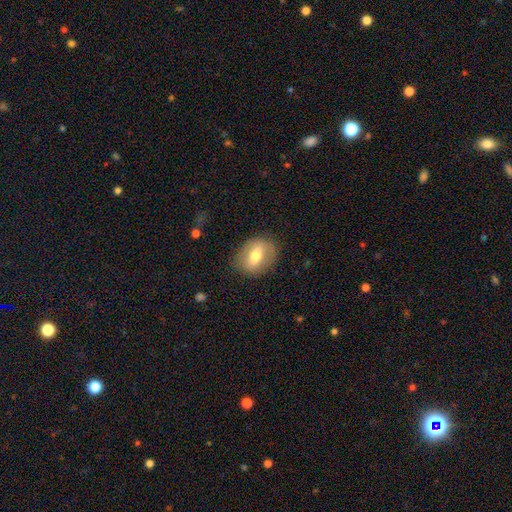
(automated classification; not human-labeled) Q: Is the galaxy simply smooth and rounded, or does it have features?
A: smooth — 55%.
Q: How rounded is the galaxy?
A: in between — 63%.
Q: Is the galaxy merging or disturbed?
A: none — 81%.